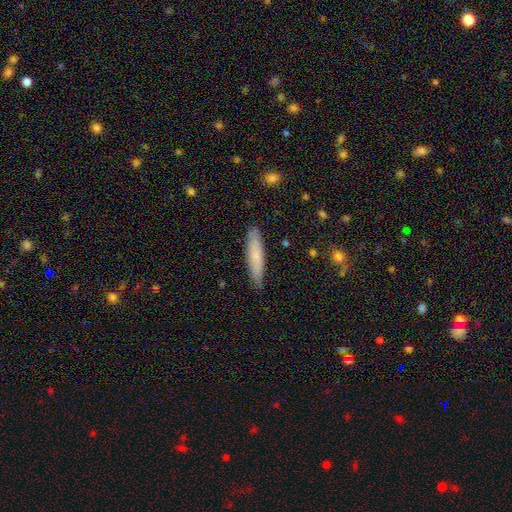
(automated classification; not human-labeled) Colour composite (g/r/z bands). It shows a smooth galaxy with no disk features (71%) that is cigar-shaped (82%). Merging: none (82%).